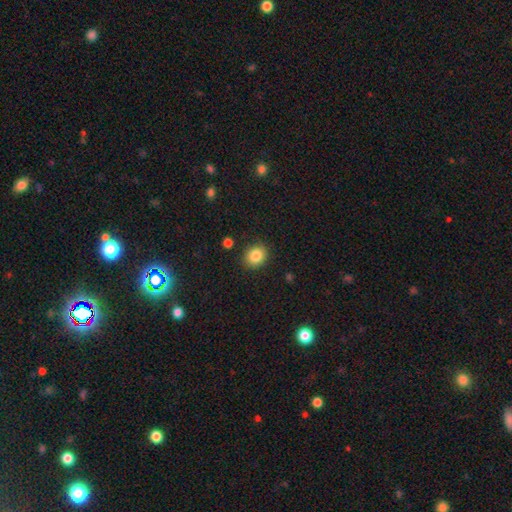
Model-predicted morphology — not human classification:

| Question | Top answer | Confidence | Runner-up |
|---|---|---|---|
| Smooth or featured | smooth | 85% | star or artifact (10%) |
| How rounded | round | 70% | in between (29%) |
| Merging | none | 87% | minor disturbance (8%) |